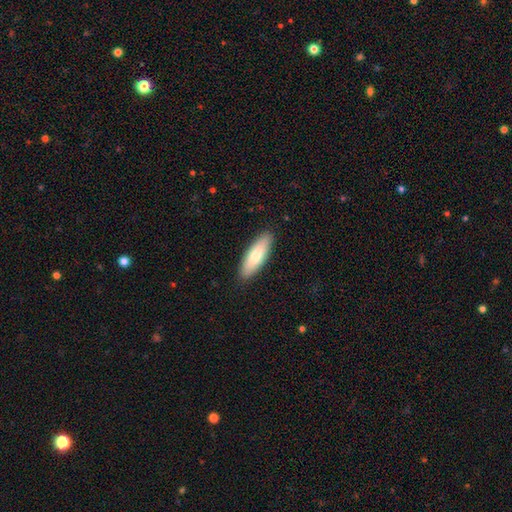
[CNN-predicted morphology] Smooth or featured?
  - smooth: 78% *
  - featured or disk: 16%
  - star or artifact: 5%
How rounded?
  - in between: 59% *
  - cigar-shaped: 39%
  - round: 2%
Merging?
  - none: 89% *
  - minor disturbance: 9%
  - major disturbance: 2%
  - merger: 1%